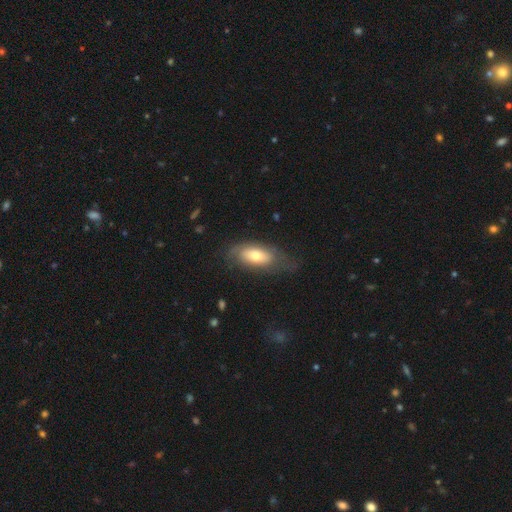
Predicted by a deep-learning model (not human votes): smooth 55%, featured or disk 38%, star or artifact 6%. Down the decision tree: how rounded — in between (85%); merging — none (54%).